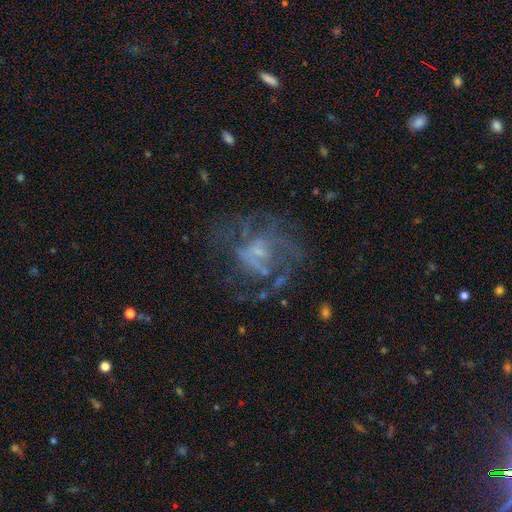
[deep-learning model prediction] Q: Smooth or featured?
A: featured or disk (63%); runner-up: star or artifact (19%)
Q: Edge-on disk?
A: no (98%); runner-up: yes (2%)
Q: Bar?
A: no (73%); runner-up: weak (23%)
Q: Spiral arms?
A: no (51%); runner-up: yes (49%)
Q: Bulge size?
A: small (48%); runner-up: none (27%)
Q: Merging?
A: none (52%); runner-up: major disturbance (29%)